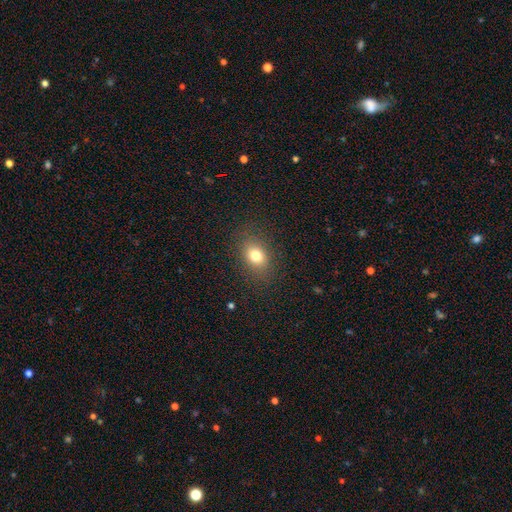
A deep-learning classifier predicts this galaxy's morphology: Smooth or featured?
  - smooth: 77% *
  - star or artifact: 13%
  - featured or disk: 10%
How rounded?
  - in between: 64% *
  - round: 35%
  - cigar-shaped: 1%
Merging?
  - none: 85% *
  - minor disturbance: 10%
  - major disturbance: 4%
  - merger: 1%